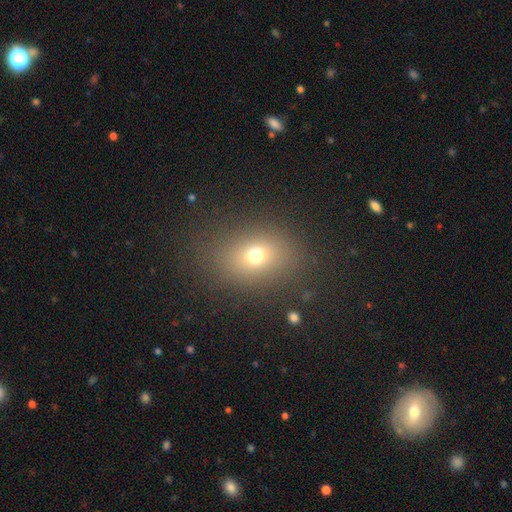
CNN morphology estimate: Smooth or featured: smooth — 68% (star or artifact — 19%)
How rounded: in between — 53% (round — 46%)
Merging: none — 81% (minor disturbance — 10%)